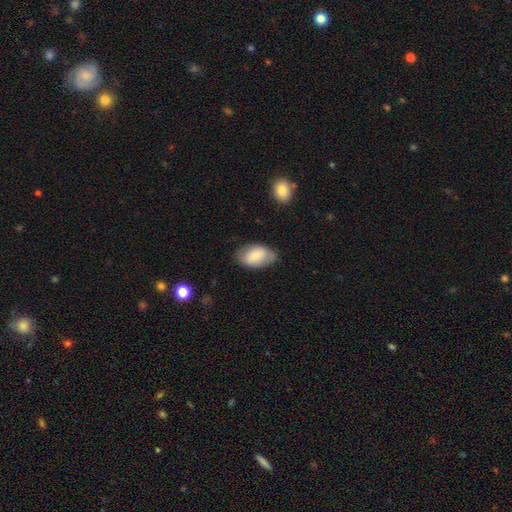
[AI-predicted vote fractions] smooth-or-featured: smooth: 71% | featured or disk: 23% | star or artifact: 6%
  how-rounded: in between: 93% | round: 6% | cigar-shaped: 1%
  merging: none: 75% | minor disturbance: 20% | major disturbance: 4% | merger: 2%